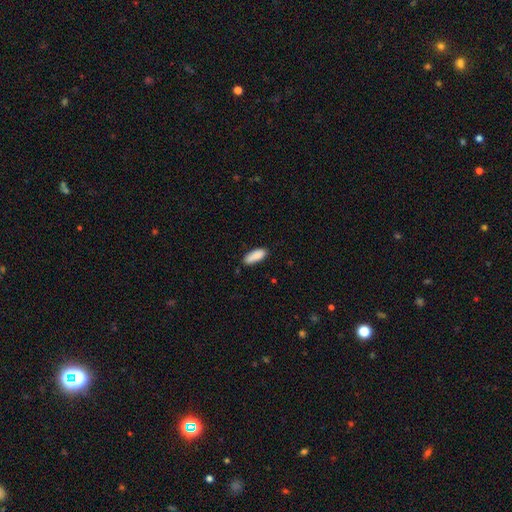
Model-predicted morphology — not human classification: Smooth or featured?
  - smooth: 88% *
  - star or artifact: 6%
  - featured or disk: 6%
How rounded?
  - in between: 69% *
  - cigar-shaped: 29%
  - round: 2%
Merging?
  - none: 79% *
  - minor disturbance: 15%
  - merger: 3%
  - major disturbance: 3%